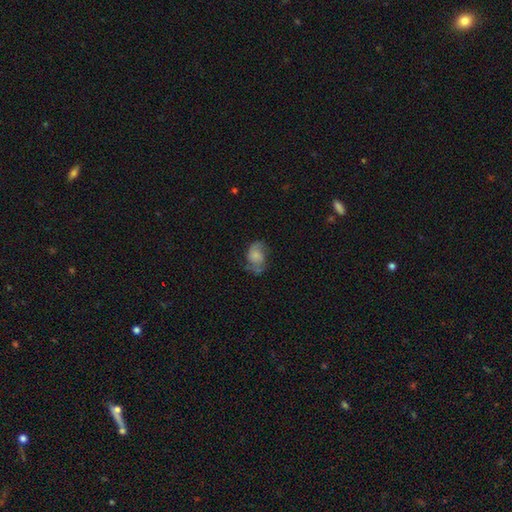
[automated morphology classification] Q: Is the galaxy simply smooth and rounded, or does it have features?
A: smooth — 50%.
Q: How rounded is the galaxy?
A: in between — 74%.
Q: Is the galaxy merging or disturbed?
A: none — 46%.